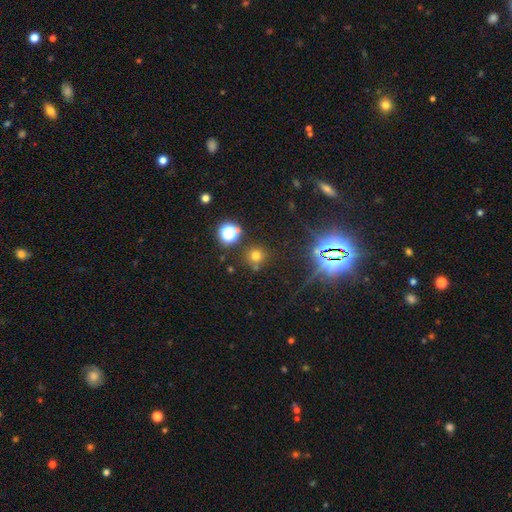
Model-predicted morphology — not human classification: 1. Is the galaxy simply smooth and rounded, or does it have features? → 63% smooth, 29% star or artifact, 8% featured or disk.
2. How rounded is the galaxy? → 90% round, 9% in between, 1% cigar-shaped.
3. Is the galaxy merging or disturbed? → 76% none, 10% minor disturbance, 9% merger, 4% major disturbance.